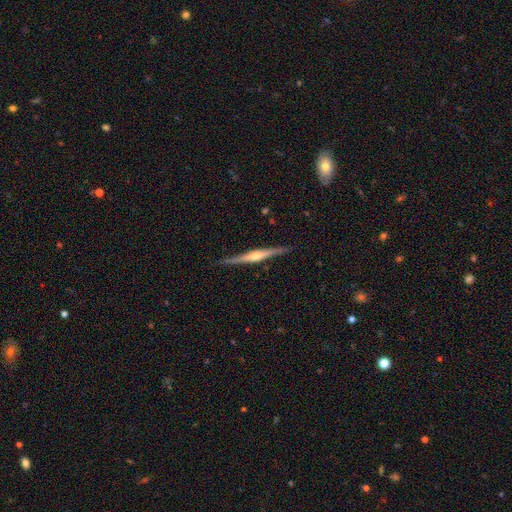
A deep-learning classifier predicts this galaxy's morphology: Q: Smooth or featured?
A: featured or disk (79%); runner-up: smooth (16%)
Q: Edge-on disk?
A: yes (98%); runner-up: no (2%)
Q: Edge-on bulge?
A: rounded (81%); runner-up: none (9%)
Q: Merging?
A: none (89%); runner-up: minor disturbance (8%)